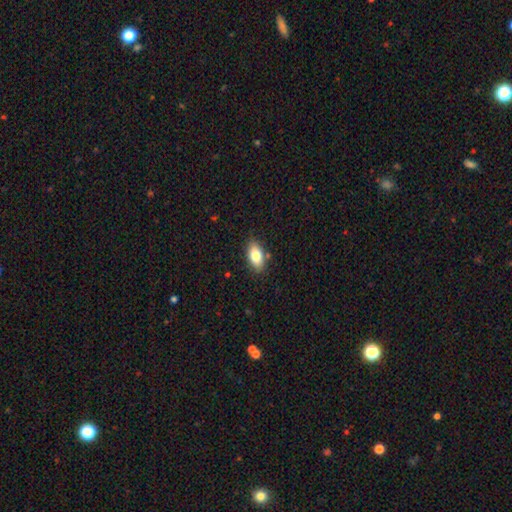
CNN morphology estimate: Q: Smooth or featured?
A: smooth (80%); runner-up: featured or disk (12%)
Q: How rounded?
A: in between (90%); runner-up: cigar-shaped (5%)
Q: Merging?
A: none (84%); runner-up: minor disturbance (12%)